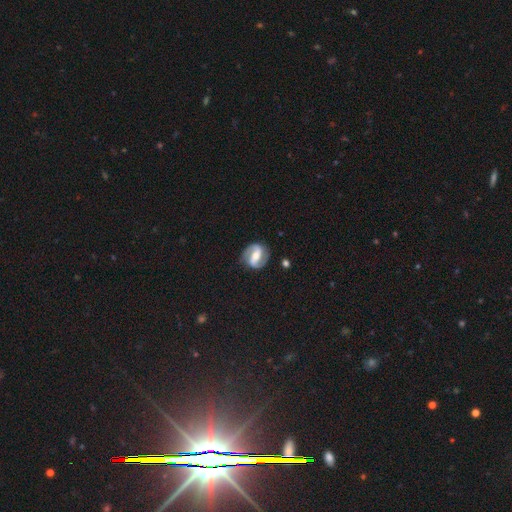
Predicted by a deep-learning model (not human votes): smooth_or_featured: featured or disk (p=0.87) [alt: smooth p=0.09]
disk_edge_on: no (p=0.97) [alt: yes p=0.03]
bar: strong (p=0.56) [alt: weak p=0.30]
has_spiral_arms: yes (p=0.95) [alt: no p=0.05]
spiral_winding: medium (p=0.49) [alt: tight p=0.28]
spiral_arm_count: 2 (p=0.93) [alt: can't tell p=0.02]
bulge_size: moderate (p=0.64) [alt: small p=0.25]
merging: none (p=0.85) [alt: minor disturbance p=0.10]